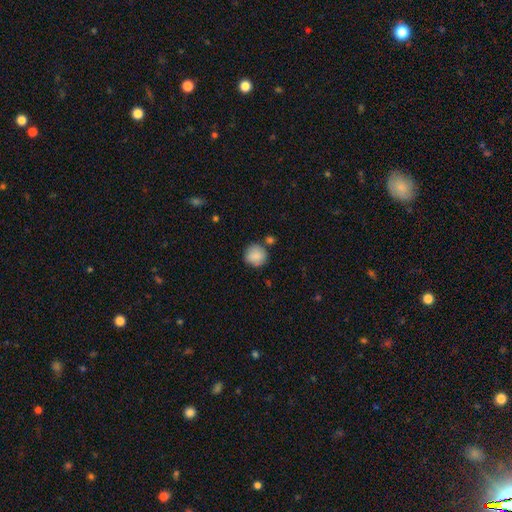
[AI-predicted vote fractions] Q: Smooth or featured?
A: smooth (87%); runner-up: star or artifact (8%)
Q: How rounded?
A: round (90%); runner-up: in between (9%)
Q: Merging?
A: none (75%); runner-up: minor disturbance (14%)